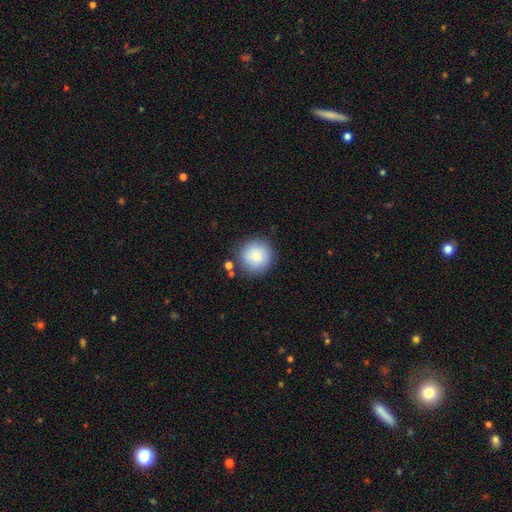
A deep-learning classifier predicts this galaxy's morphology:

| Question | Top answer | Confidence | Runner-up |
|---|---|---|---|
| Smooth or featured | smooth | 87% | star or artifact (7%) |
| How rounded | round | 95% | in between (4%) |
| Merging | none | 84% | minor disturbance (9%) |